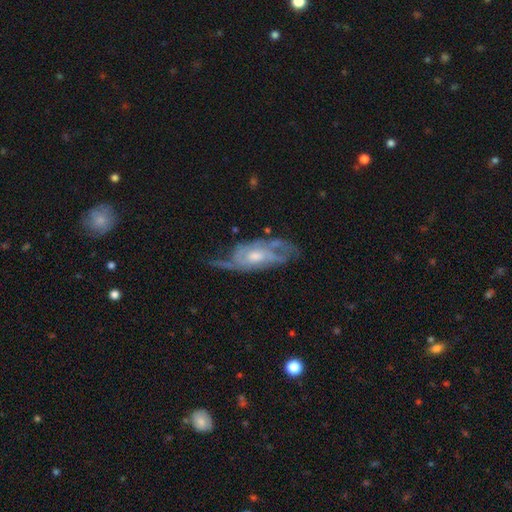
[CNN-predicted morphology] smooth-or-featured: featured or disk: 79% | smooth: 15% | star or artifact: 6%
  disk-edge-on: no: 90% | yes: 10%
    bar: no: 66% | weak: 29% | strong: 5%
    has-spiral-arms: yes: 85% | no: 15%
      spiral-winding: medium: 42% | tight: 37% | loose: 21%
      spiral-arm-count: 2: 37% | can't tell: 35% | 3: 13% | 1: 7% | 4: 4% | more than 4: 3%
    bulge-size: moderate: 61% | small: 25% | large: 8% | none: 4% | dominant: 1%
  merging: none: 43% | minor disturbance: 28% | major disturbance: 26% | merger: 3%